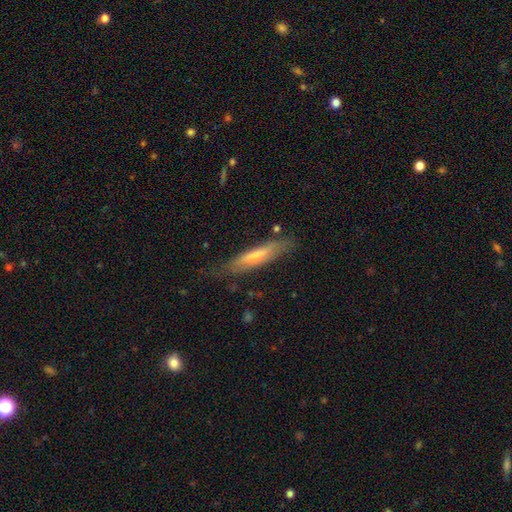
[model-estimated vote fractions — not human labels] Smooth or featured? Predicted: smooth (p=0.53). How rounded? Predicted: cigar-shaped (p=0.86). Merging? Predicted: none (p=0.73).